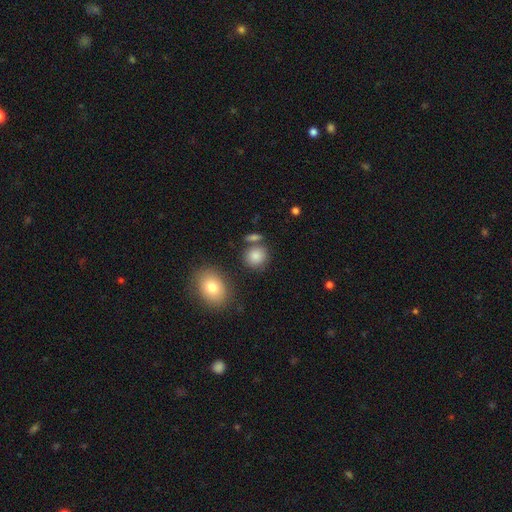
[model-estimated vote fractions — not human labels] This is clearly a smooth galaxy (84%). How rounded: likely round (80%). Merging: likely none (73%).